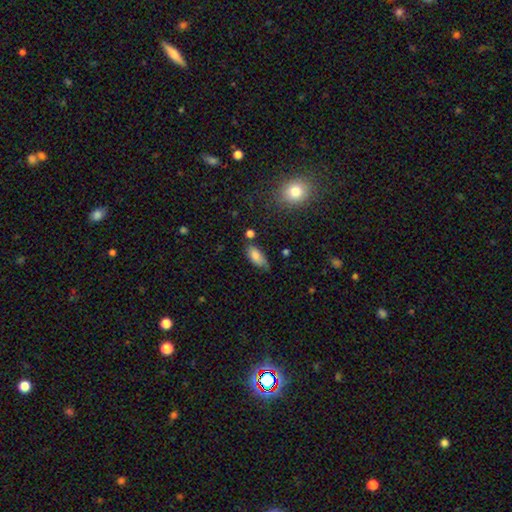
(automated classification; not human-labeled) A smooth galaxy with no disk features (81%) that is in between round and cigar-shaped (86%).

Vote fractions:
- Smooth or featured? smooth: 81% / featured or disk: 11% / star or artifact: 8%
- How rounded? in between: 86% / cigar-shaped: 11% / round: 3%
- Merging? none: 59% / minor disturbance: 30% / major disturbance: 6% / merger: 5%